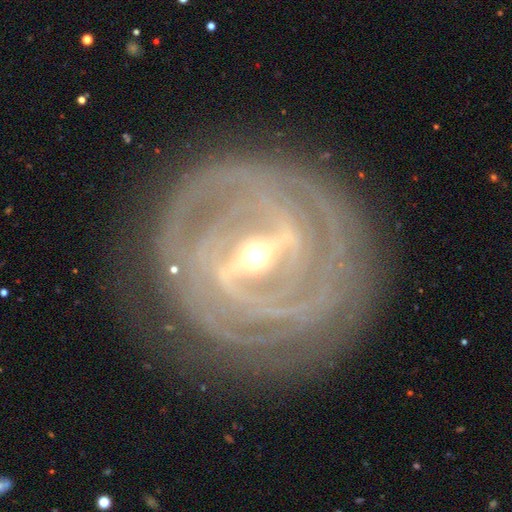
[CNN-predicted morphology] smooth_or_featured: featured or disk (p=0.91) [alt: star or artifact p=0.04]
disk_edge_on: no (p=0.93) [alt: yes p=0.07]
bar: strong (p=0.75) [alt: weak p=0.19]
has_spiral_arms: yes (p=0.94) [alt: no p=0.06]
spiral_winding: tight (p=0.84) [alt: medium p=0.13]
spiral_arm_count: can't tell (p=0.29) [alt: 4 p=0.19]
bulge_size: moderate (p=0.55) [alt: small p=0.41]
merging: none (p=0.81) [alt: minor disturbance p=0.13]